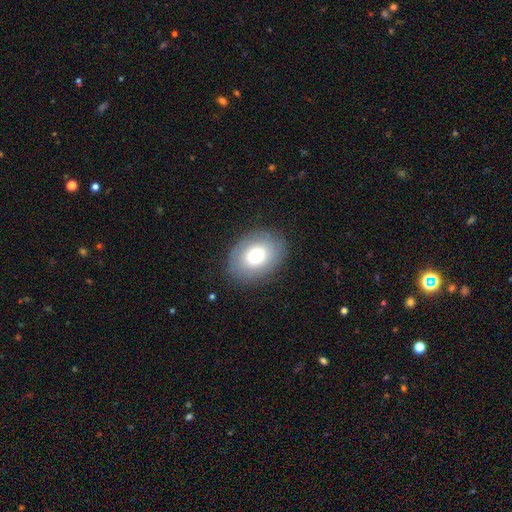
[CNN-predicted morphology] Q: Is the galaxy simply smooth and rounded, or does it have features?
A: smooth — 72%.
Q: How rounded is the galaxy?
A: in between — 71%.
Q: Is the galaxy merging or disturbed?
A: none — 84%.